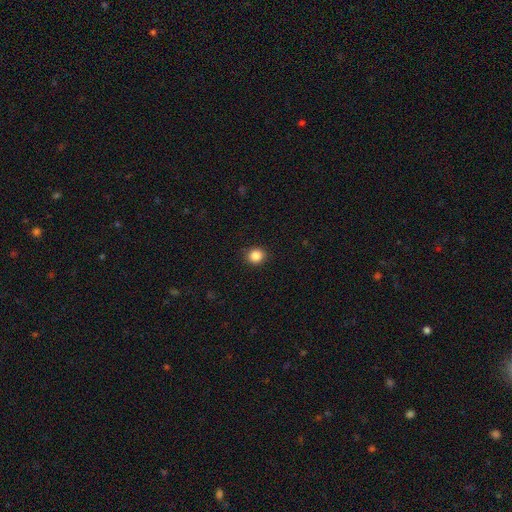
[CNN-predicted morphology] smooth-or-featured: smooth: 86% | star or artifact: 10% | featured or disk: 3%
  how-rounded: round: 84% | in between: 15% | cigar-shaped: 1%
  merging: none: 90% | minor disturbance: 7% | major disturbance: 2% | merger: 1%